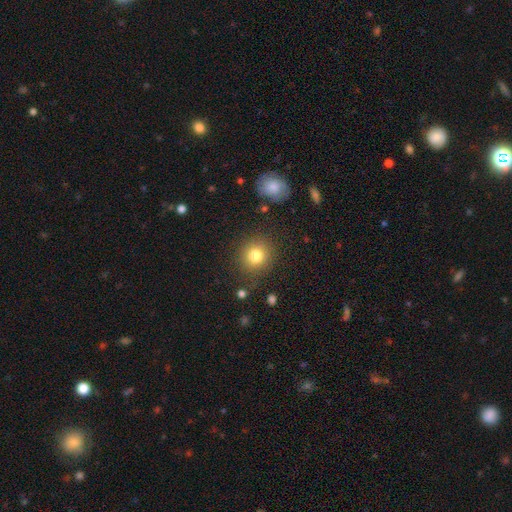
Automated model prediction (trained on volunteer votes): Q: Smooth or featured?
A: smooth (80%); runner-up: star or artifact (12%)
Q: How rounded?
A: round (88%); runner-up: in between (11%)
Q: Merging?
A: none (85%); runner-up: minor disturbance (9%)